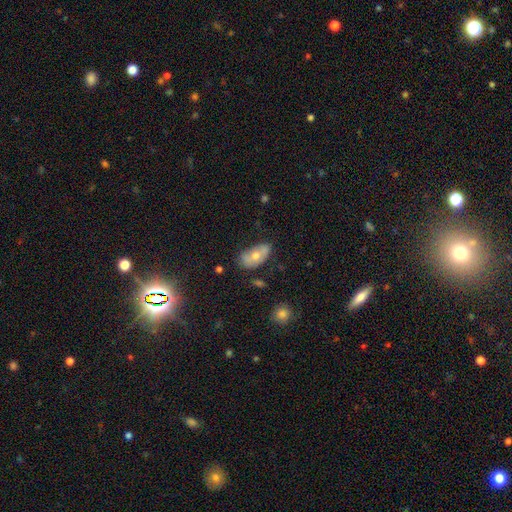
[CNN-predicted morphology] smooth_or_featured: smooth (p=0.60) [alt: featured or disk p=0.32]
how_rounded: in between (p=0.92) [alt: round p=0.05]
merging: none (p=0.53) [alt: minor disturbance p=0.32]